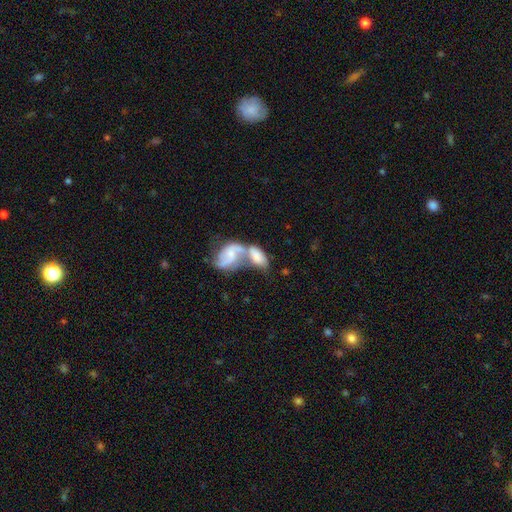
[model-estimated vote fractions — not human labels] Q: Smooth or featured?
A: featured or disk (54%); runner-up: smooth (39%)
Q: Edge-on disk?
A: no (94%); runner-up: yes (6%)
Q: Bar?
A: no (54%); runner-up: weak (34%)
Q: Spiral arms?
A: yes (76%); runner-up: no (24%)
Q: Bulge size?
A: small (46%); runner-up: moderate (25%)
Q: Merging?
A: merger (74%); runner-up: none (13%)